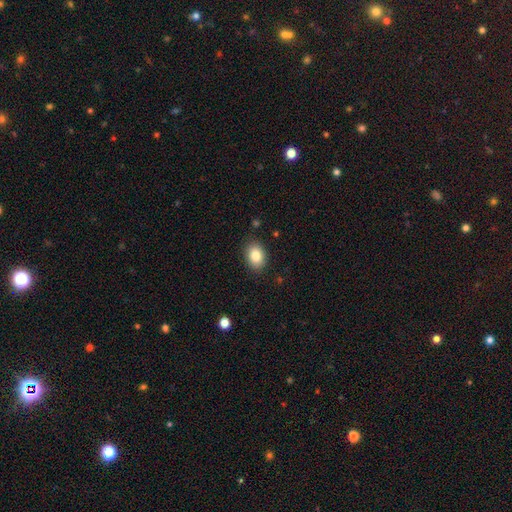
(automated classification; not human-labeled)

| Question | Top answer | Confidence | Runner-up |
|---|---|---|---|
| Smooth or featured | smooth | 84% | star or artifact (8%) |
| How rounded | in between | 76% | round (23%) |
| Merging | none | 87% | minor disturbance (10%) |